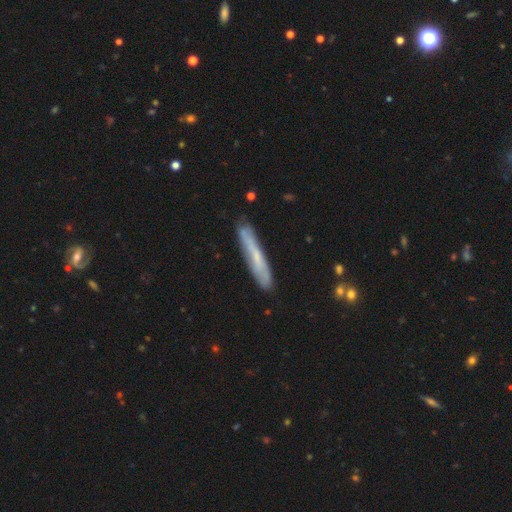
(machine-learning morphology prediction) The model was most divided on "smooth or featured": smooth: 47%, featured or disk: 46%, star or artifact: 7%. More confident: merging — none (83%).